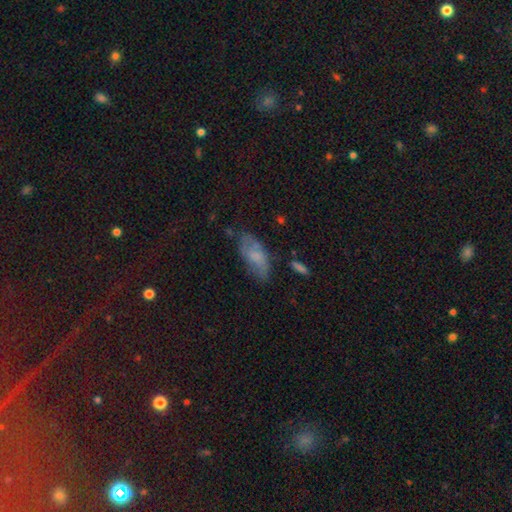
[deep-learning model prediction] A smooth galaxy with no disk features (60%) that is in between round and cigar-shaped (86%).

Vote fractions:
- Smooth or featured? smooth: 60% / featured or disk: 32% / star or artifact: 8%
- How rounded? in between: 86% / cigar-shaped: 11% / round: 3%
- Merging? none: 58% / minor disturbance: 28% / major disturbance: 11% / merger: 4%